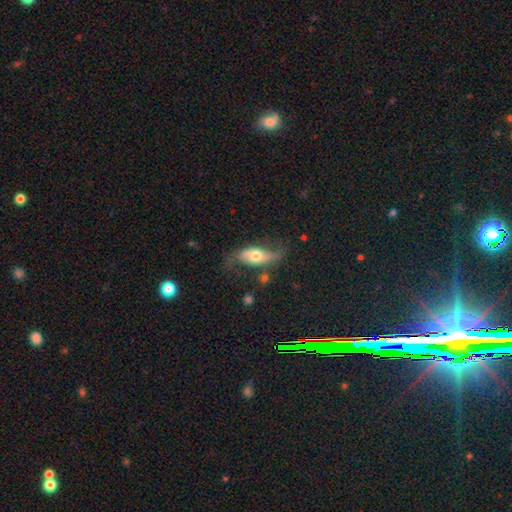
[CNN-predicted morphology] Overall: featured or disk (56%; smooth 38%). Edge-on disk: no (81%). Merging: none (53%; minor disturbance 27%).